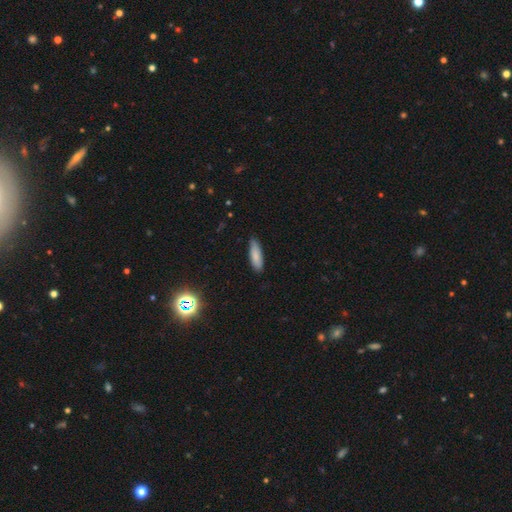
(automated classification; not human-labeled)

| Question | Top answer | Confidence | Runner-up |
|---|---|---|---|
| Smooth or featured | smooth | 82% | featured or disk (11%) |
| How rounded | cigar-shaped | 51% | in between (47%) |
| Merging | none | 81% | minor disturbance (16%) |